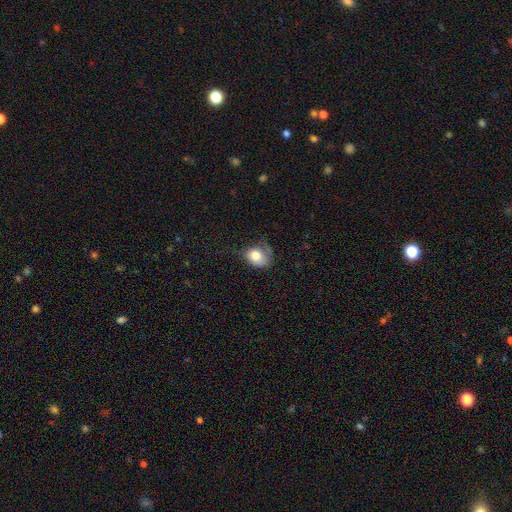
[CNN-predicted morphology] Smooth or featured: smooth — 71% (featured or disk — 21%)
How rounded: in between — 57% (round — 42%)
Merging: major disturbance — 34% (none — 33%)